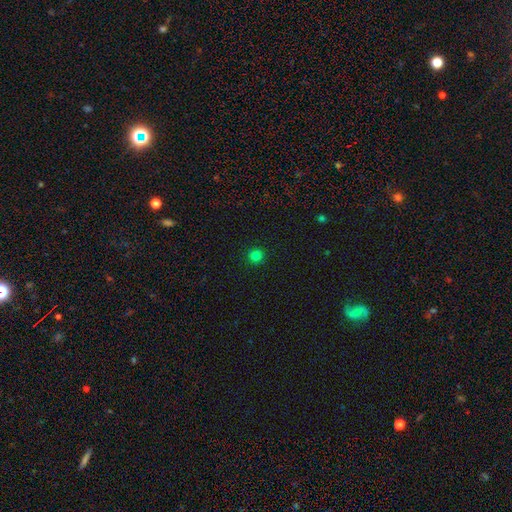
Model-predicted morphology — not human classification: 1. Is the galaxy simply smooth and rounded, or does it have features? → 80% smooth, 15% star or artifact, 4% featured or disk.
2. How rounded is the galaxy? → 96% round, 3% in between, 1% cigar-shaped.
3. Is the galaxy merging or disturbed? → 93% none, 4% minor disturbance, 2% major disturbance, 1% merger.